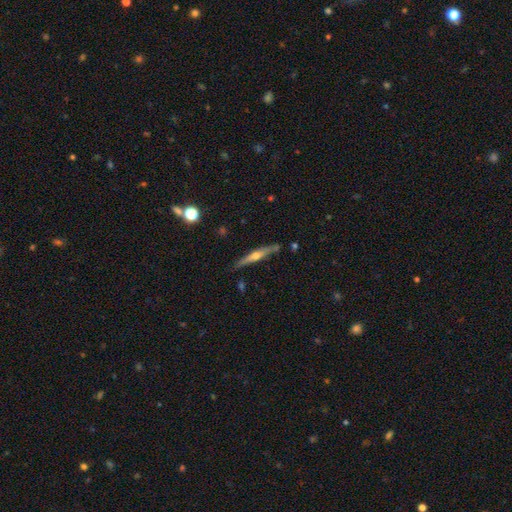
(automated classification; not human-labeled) Q: Smooth or featured?
A: featured or disk (69%); runner-up: smooth (25%)
Q: Edge-on disk?
A: yes (97%); runner-up: no (3%)
Q: Edge-on bulge?
A: rounded (88%); runner-up: none (8%)
Q: Merging?
A: none (84%); runner-up: minor disturbance (11%)